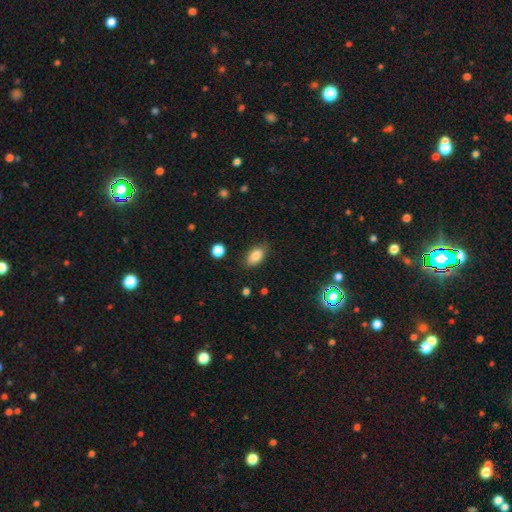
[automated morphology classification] A smooth galaxy with no disk features (84%) that is in between round and cigar-shaped (89%). Merging: none (82%).